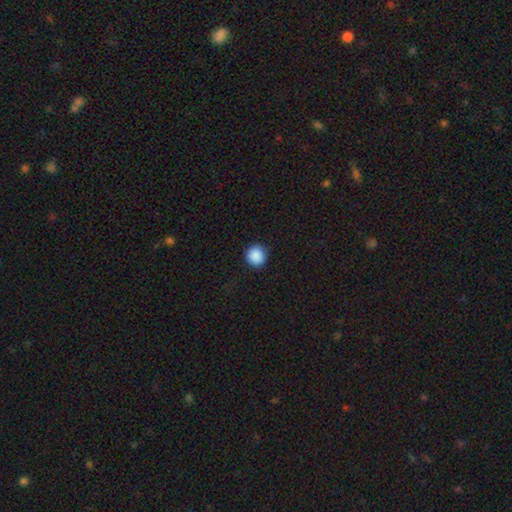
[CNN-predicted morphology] Q: Smooth or featured?
A: smooth (89%); runner-up: star or artifact (8%)
Q: How rounded?
A: round (90%); runner-up: in between (9%)
Q: Merging?
A: none (90%); runner-up: minor disturbance (7%)